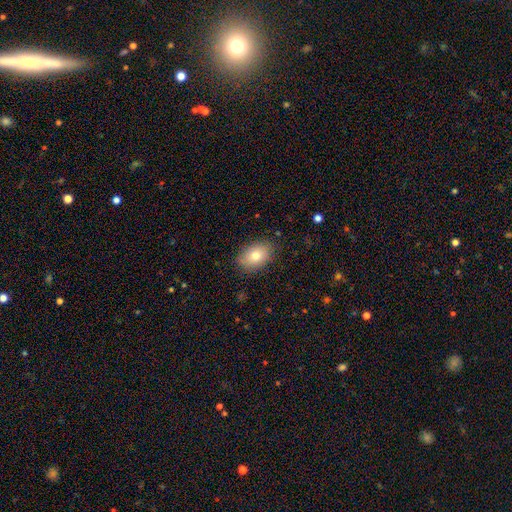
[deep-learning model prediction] Smooth or featured? Predicted: smooth (p=0.77). How rounded? Predicted: in between (p=0.85). Merging? Predicted: none (p=0.83).